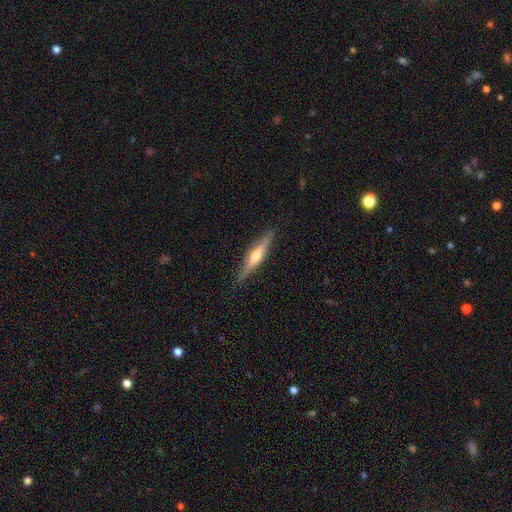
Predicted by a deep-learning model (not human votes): Overall: featured or disk (66%; smooth 29%). Edge-on disk: yes (97%). Edge-on bulge: rounded (85%). Merging: none (88%).